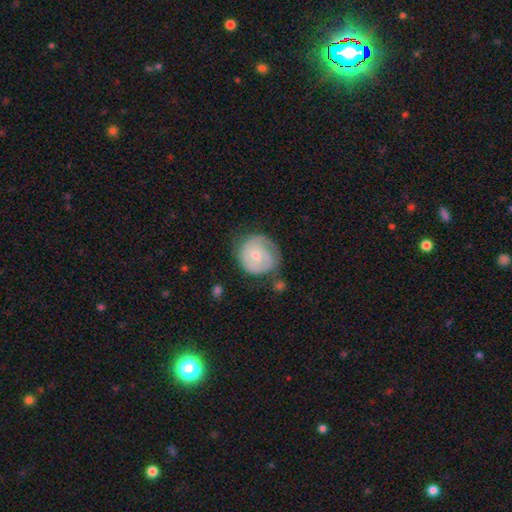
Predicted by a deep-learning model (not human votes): Smooth or featured: featured or disk — 66% (smooth — 28%)
Edge-on disk: no — 98% (yes — 2%)
Bar: no — 74% (weak — 22%)
Spiral arms: yes — 87% (no — 13%)
Spiral winding: tight — 66% (medium — 25%)
Spiral arm count: 2 — 40% (can't tell — 27%)
Bulge size: small — 54% (moderate — 41%)
Merging: none — 62% (minor disturbance — 24%)